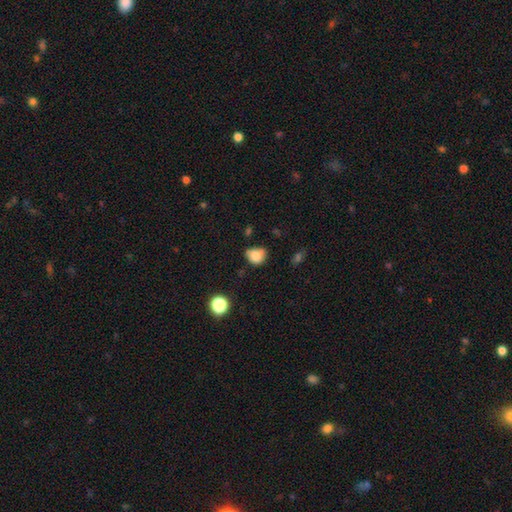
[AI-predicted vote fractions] This is likely a smooth galaxy (79%). How rounded: possibly round (54%). Merging: possibly none (47%).